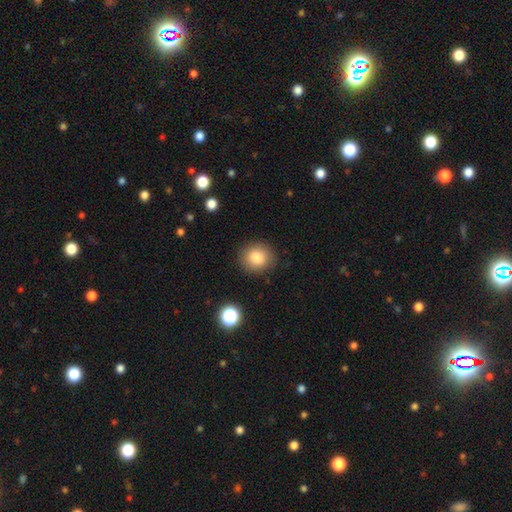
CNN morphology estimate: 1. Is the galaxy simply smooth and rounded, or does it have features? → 85% smooth, 9% star or artifact, 6% featured or disk.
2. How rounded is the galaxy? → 83% round, 16% in between, 1% cigar-shaped.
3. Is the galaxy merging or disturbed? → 87% none, 9% minor disturbance, 3% major disturbance, 1% merger.